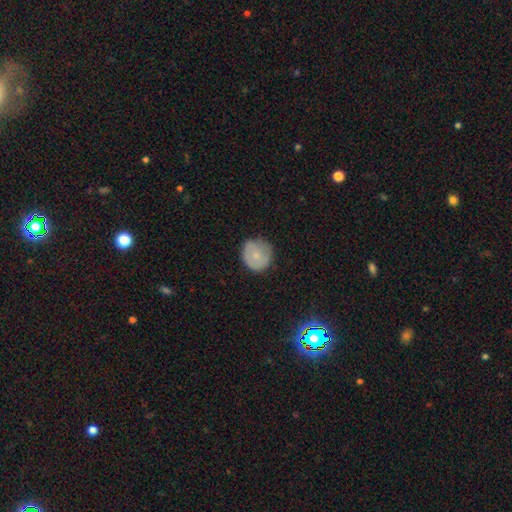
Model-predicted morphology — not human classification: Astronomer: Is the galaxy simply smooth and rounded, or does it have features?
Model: smooth — 69%.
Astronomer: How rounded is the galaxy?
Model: round — 90%.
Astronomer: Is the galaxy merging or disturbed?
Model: none — 76%.